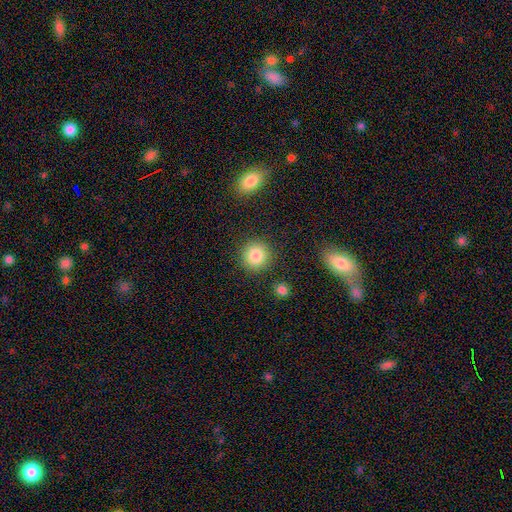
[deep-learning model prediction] Smooth or featured: smooth — 85% (star or artifact — 9%)
How rounded: round — 93% (in between — 6%)
Merging: none — 89% (minor disturbance — 6%)